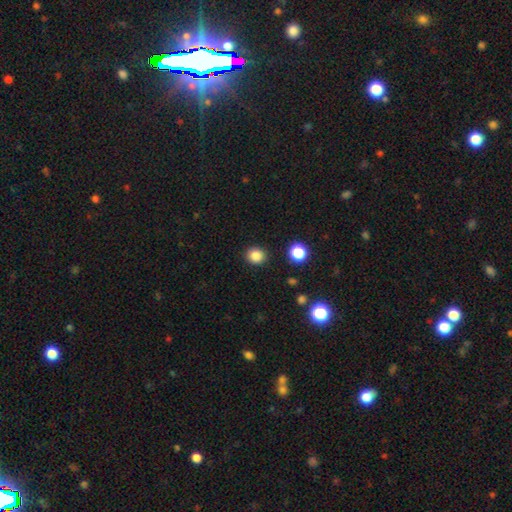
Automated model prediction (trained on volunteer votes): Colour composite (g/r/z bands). It shows a smooth galaxy with no disk features (85%) that is round (80%). Merging: none (89%).